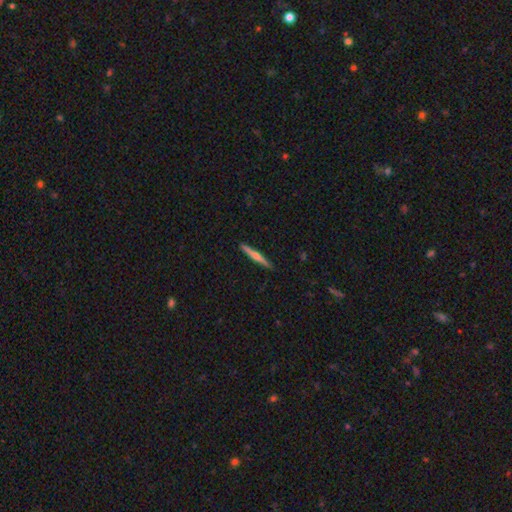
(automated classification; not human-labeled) Q: Smooth or featured?
A: featured or disk (56%); runner-up: smooth (39%)
Q: Edge-on disk?
A: yes (98%); runner-up: no (2%)
Q: Edge-on bulge?
A: rounded (78%); runner-up: none (16%)
Q: Merging?
A: none (91%); runner-up: minor disturbance (7%)